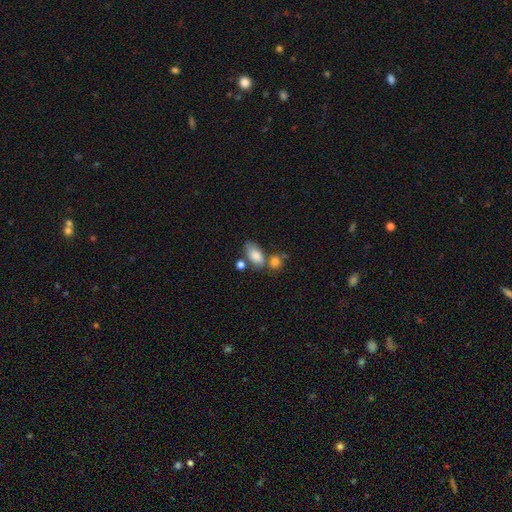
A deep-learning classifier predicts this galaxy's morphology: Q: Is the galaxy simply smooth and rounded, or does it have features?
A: smooth — 82%.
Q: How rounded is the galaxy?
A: in between — 91%.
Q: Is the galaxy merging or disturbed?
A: none — 42%.